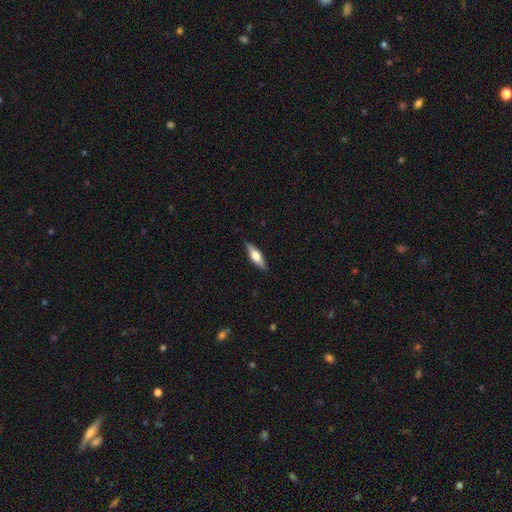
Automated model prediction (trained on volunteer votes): This appears to be a smooth galaxy with no disk features (48%). Merging: none (88%).